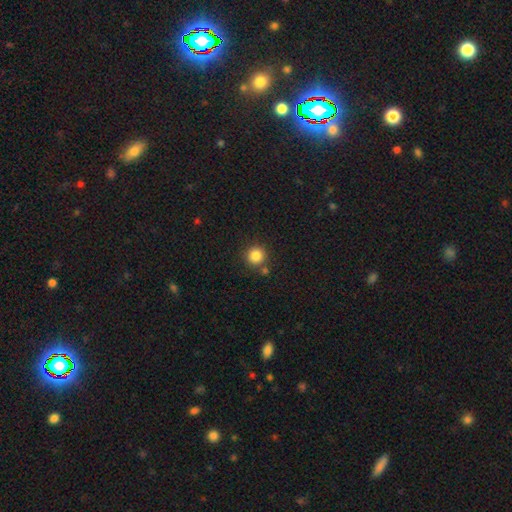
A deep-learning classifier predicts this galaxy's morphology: Smooth or featured? Predicted: smooth (p=0.85). How rounded? Predicted: round (p=0.94). Merging? Predicted: none (p=0.80).